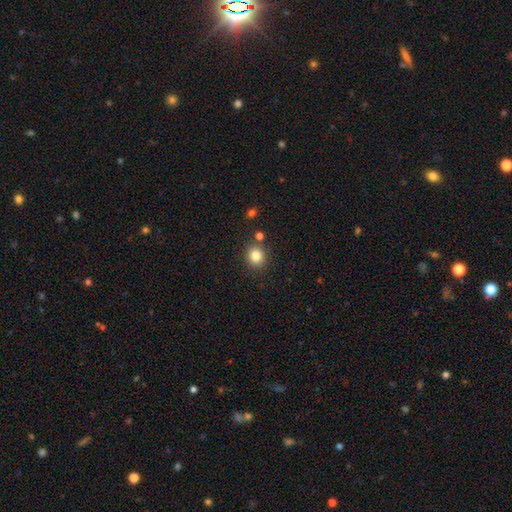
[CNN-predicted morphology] Smooth or featured? smooth (83%)
How rounded? round (84%)
Merging? none (82%)